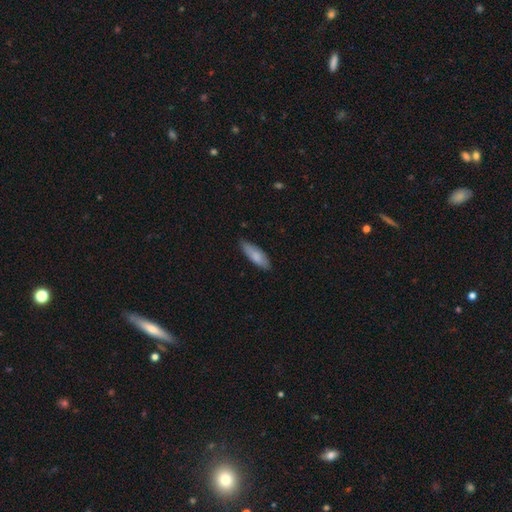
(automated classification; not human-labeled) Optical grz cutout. It shows a smooth galaxy with no disk features (82%) that is in between round and cigar-shaped (53%). Merging: none (79%).